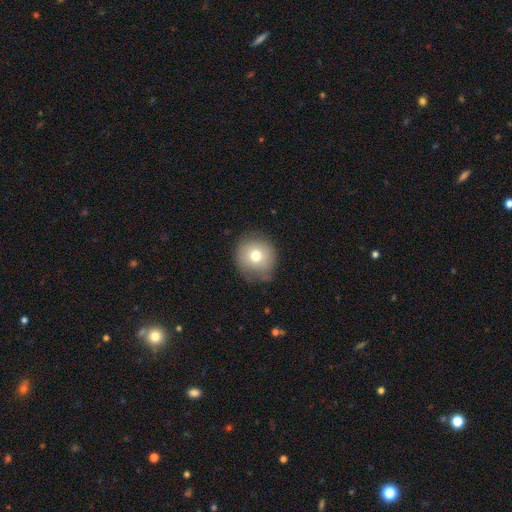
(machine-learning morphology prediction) smooth_or_featured: smooth (p=0.73) [alt: featured or disk p=0.16]
how_rounded: round (p=0.89) [alt: in between p=0.10]
merging: none (p=0.76) [alt: minor disturbance p=0.18]